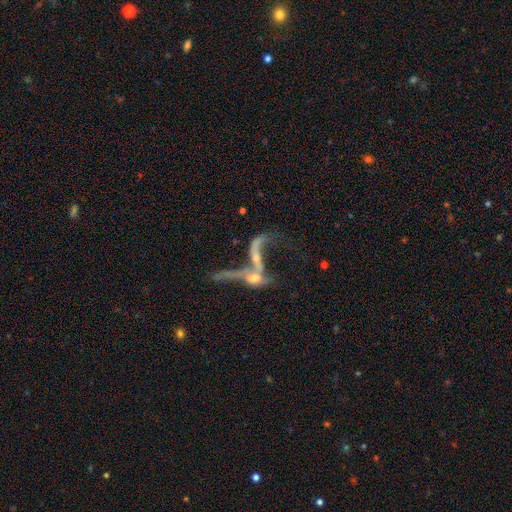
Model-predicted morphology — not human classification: Smooth or featured? featured or disk (65%)
Edge-on disk? no (84%)
Bar? no (70%)
Spiral arms? no (54%)
Bulge size? small (34%)
Merging? merger (69%)